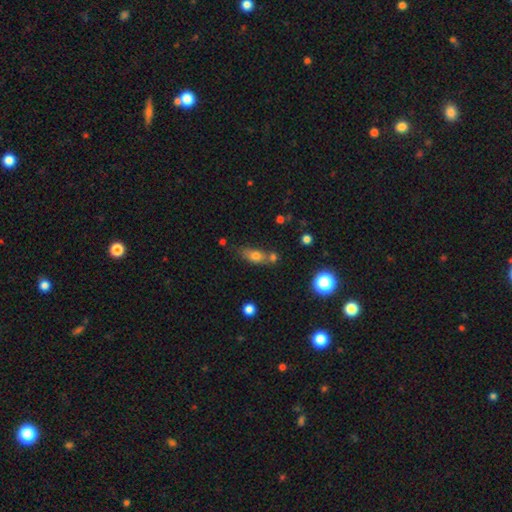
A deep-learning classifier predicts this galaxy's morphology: smooth_or_featured: smooth (p=0.71) [alt: featured or disk p=0.17]
how_rounded: in between (p=0.75) [alt: cigar-shaped p=0.14]
merging: none (p=0.46) [alt: merger p=0.30]